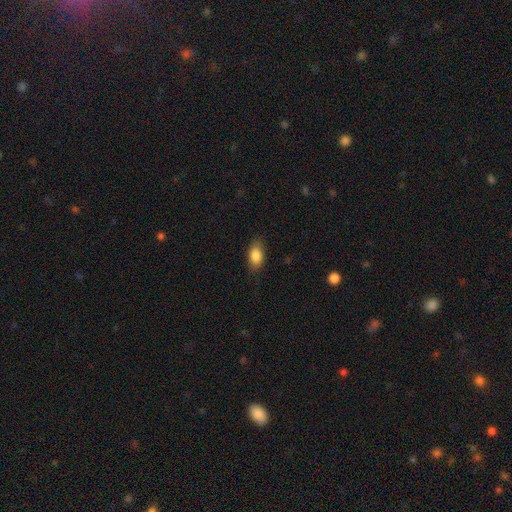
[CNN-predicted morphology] Overall: smooth (85%). How rounded: in between (88%). Merging: none (82%).